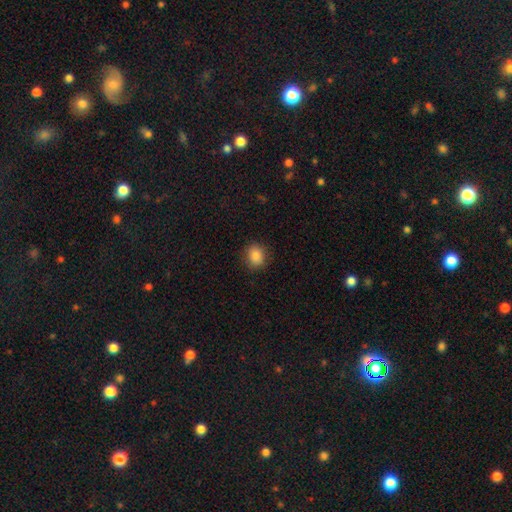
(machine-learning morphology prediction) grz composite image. It shows a smooth galaxy with no disk features (87%) that is round (69%). Merging: none (87%).